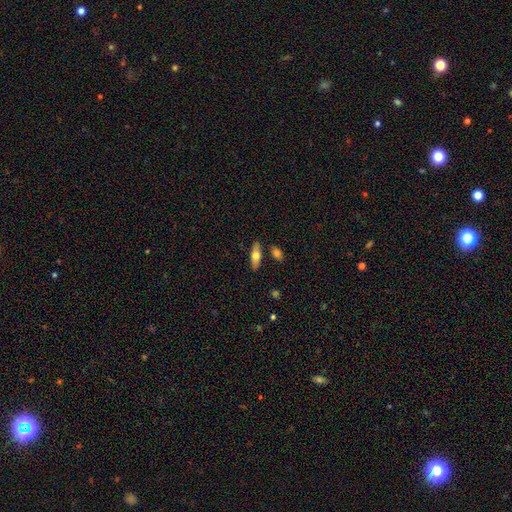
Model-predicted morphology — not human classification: Smooth or featured?
  - smooth: 61% *
  - featured or disk: 33%
  - star or artifact: 6%
How rounded?
  - in between: 65% *
  - cigar-shaped: 32%
  - round: 3%
Merging?
  - none: 82% *
  - minor disturbance: 10%
  - merger: 6%
  - major disturbance: 2%